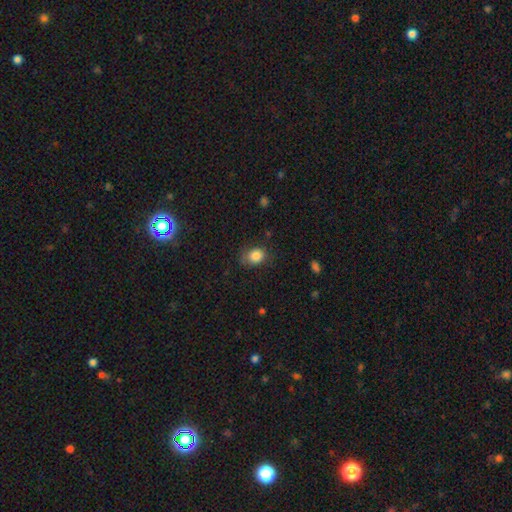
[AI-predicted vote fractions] Smooth or featured? Predicted: smooth (p=0.84). How rounded? Predicted: round (p=0.52). Merging? Predicted: none (p=0.71).